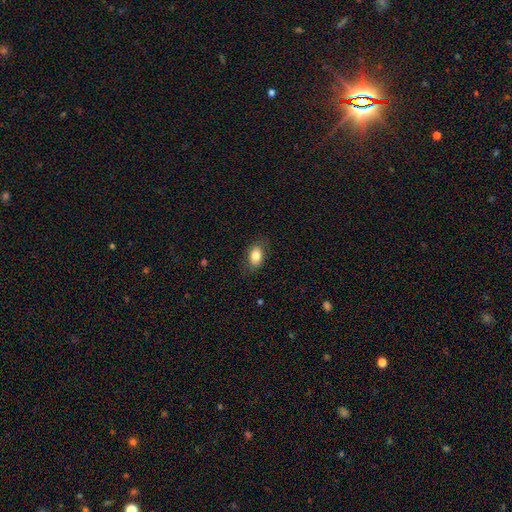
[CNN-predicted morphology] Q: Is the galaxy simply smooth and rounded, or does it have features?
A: smooth — 82%.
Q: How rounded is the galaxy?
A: in between — 86%.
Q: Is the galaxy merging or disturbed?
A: none — 81%.